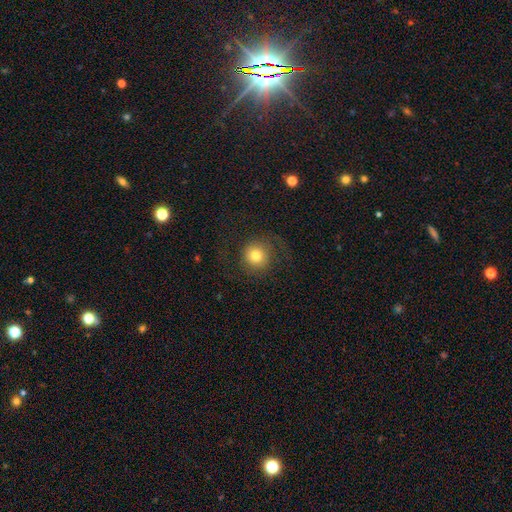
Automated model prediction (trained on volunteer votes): Morphology: type=smooth (70%); roundness=round (93%); merging=none (76%).